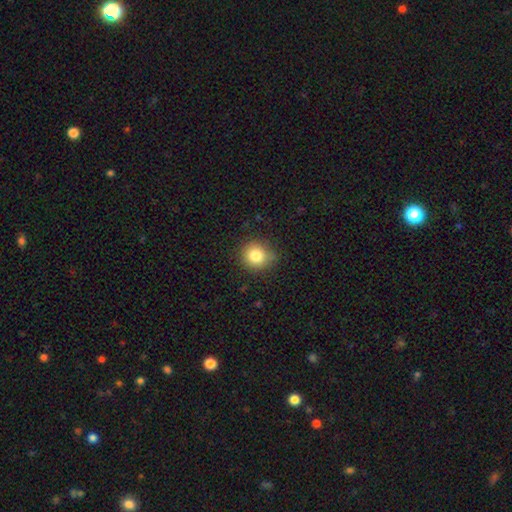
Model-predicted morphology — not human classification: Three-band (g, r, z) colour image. It shows a smooth galaxy with no disk features (82%) that is round (86%). Merging: none (79%).